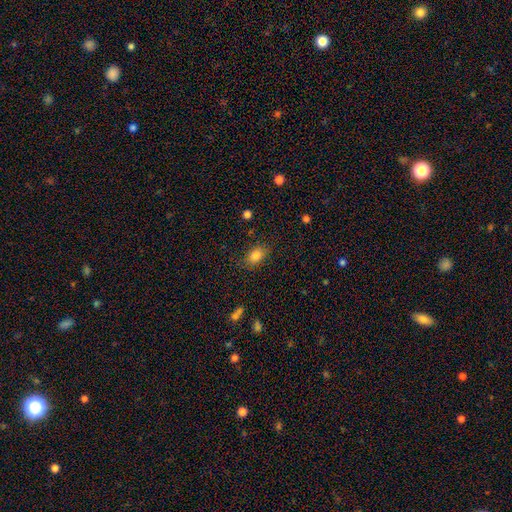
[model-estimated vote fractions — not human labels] Smooth or featured? smooth (82%)
How rounded? in between (81%)
Merging? none (83%)